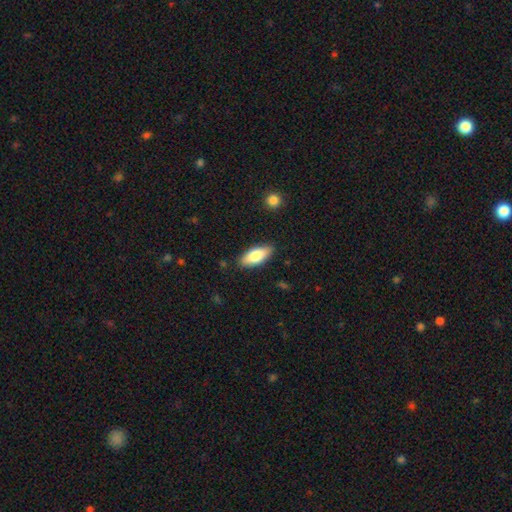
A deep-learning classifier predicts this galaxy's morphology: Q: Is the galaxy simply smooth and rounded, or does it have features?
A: smooth — 78%.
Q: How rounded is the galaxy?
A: in between — 83%.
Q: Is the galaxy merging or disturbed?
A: none — 86%.